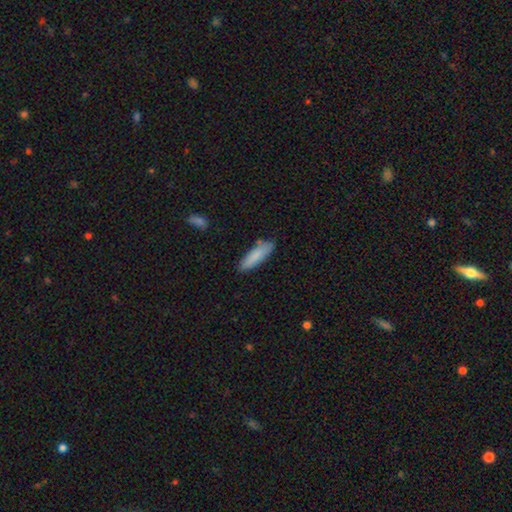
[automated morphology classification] Smooth or featured: smooth — 84% (featured or disk — 10%)
How rounded: cigar-shaped — 57% (in between — 41%)
Merging: none — 80% (minor disturbance — 15%)